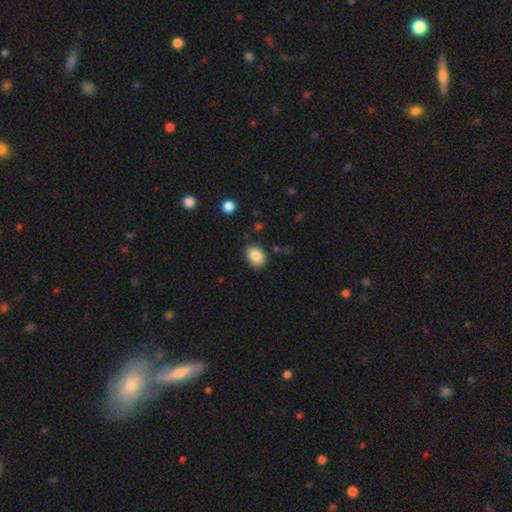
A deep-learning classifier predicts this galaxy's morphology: This appears to be a smooth galaxy with no disk features (86%) that is in between round and cigar-shaped (54%). Merging: none (82%).